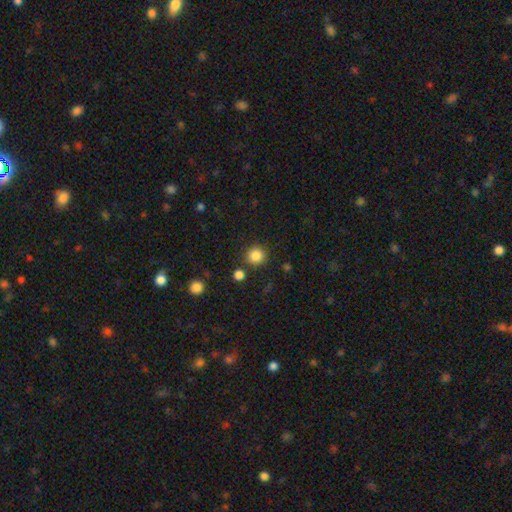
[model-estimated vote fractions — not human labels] The model was most divided on "smooth or featured": smooth: 85%, star or artifact: 11%, featured or disk: 4%. More confident: how rounded — round (90%); merging — none (83%).